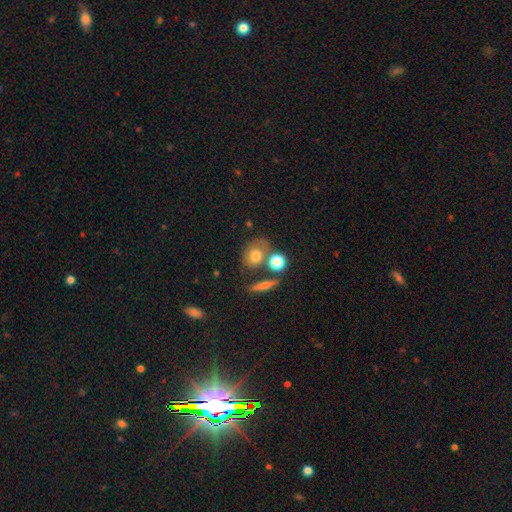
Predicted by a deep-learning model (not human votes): This appears to be a smooth galaxy with no disk features (67%) that is round (49%). Merging: none (53%).